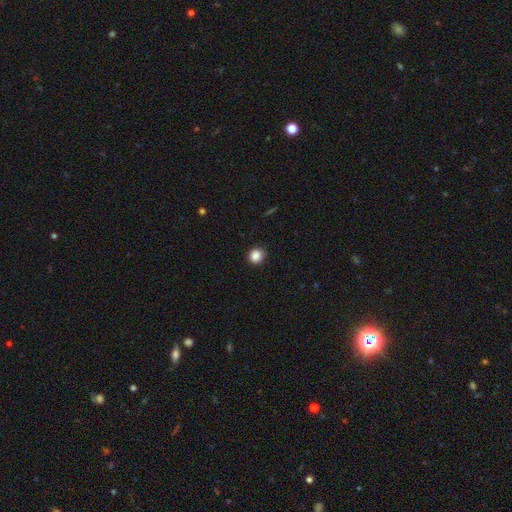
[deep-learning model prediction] smooth_or_featured: smooth (p=0.87) [alt: star or artifact p=0.10]
how_rounded: round (p=0.90) [alt: in between p=0.09]
merging: none (p=0.88) [alt: minor disturbance p=0.09]